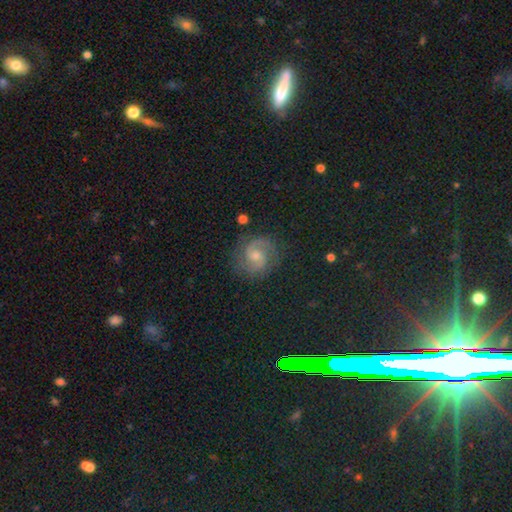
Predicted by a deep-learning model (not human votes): This appears to be a featured or disk galaxy (74%) with no bar (51%), 2 (91%) medium (54%) spiral arms (96%) and a moderate central bulge (48%). Merging: none (83%).